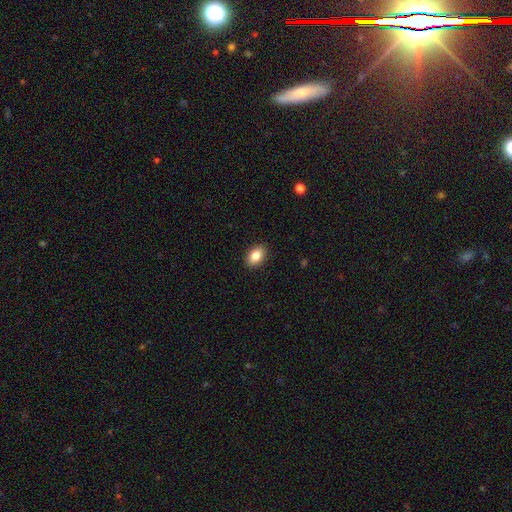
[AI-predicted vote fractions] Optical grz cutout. It shows a smooth galaxy with no disk features (85%) that is in between round and cigar-shaped (84%). Merging: none (90%).